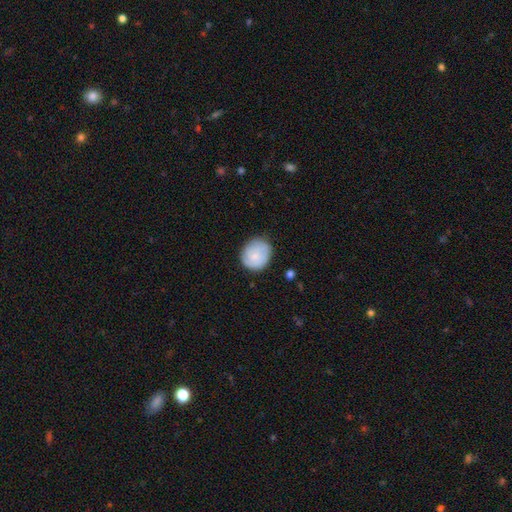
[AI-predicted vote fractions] The model was most divided on "smooth or featured": smooth: 64%, featured or disk: 30%, star or artifact: 7%. More confident: how rounded — round (78%); merging — none (75%).